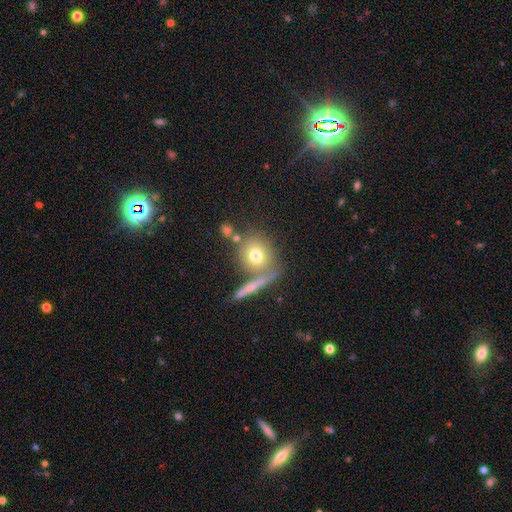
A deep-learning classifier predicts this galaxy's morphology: A smooth galaxy with no disk features (71%) that is round (80%). Merging: none (65%).